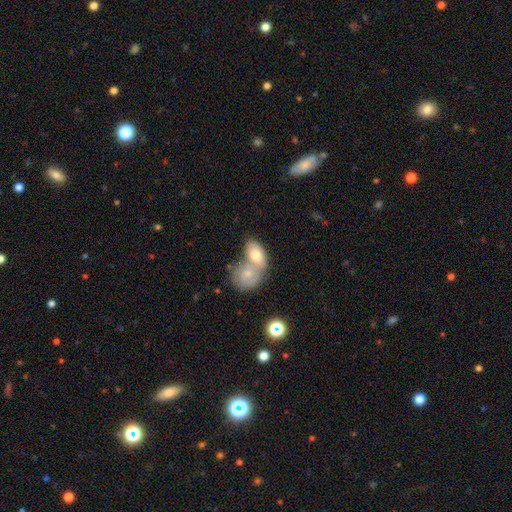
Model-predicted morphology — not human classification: smooth 70%, featured or disk 22%, star or artifact 7%. Down the decision tree: how rounded — in between (81%); merging — merger (68%).